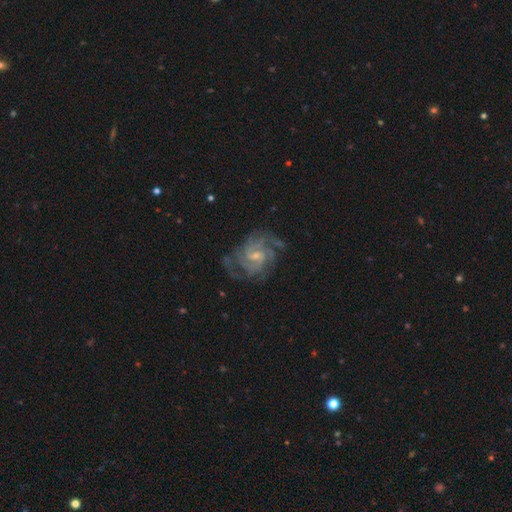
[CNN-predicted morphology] This appears to be a featured or disk galaxy (87%) with a weak bar (53%), 3 (25%) tight (53%) spiral arms (97%) and a small central bulge (57%). Merging: none (72%).